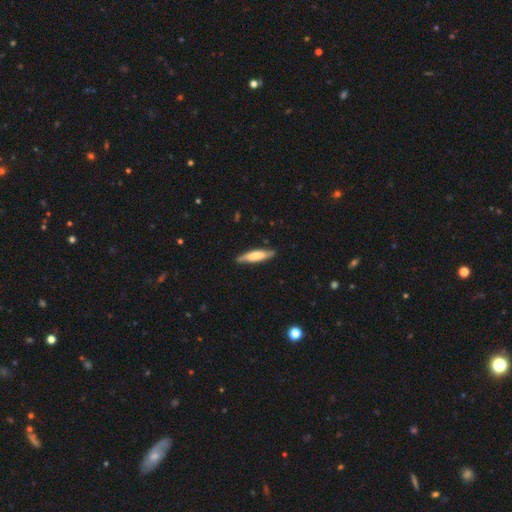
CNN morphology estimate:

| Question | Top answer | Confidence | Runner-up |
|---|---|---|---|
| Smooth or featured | smooth | 59% | featured or disk (36%) |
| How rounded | cigar-shaped | 79% | in between (20%) |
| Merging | none | 82% | minor disturbance (14%) |